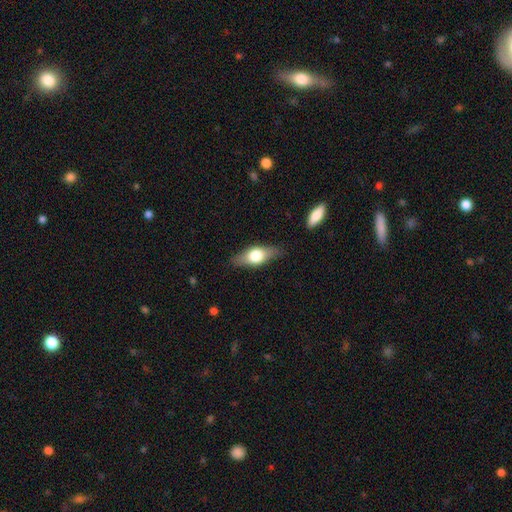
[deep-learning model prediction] smooth_or_featured: smooth (p=0.50) [alt: featured or disk p=0.43]
how_rounded: in between (p=0.70) [alt: cigar-shaped p=0.24]
merging: none (p=0.81) [alt: minor disturbance p=0.14]